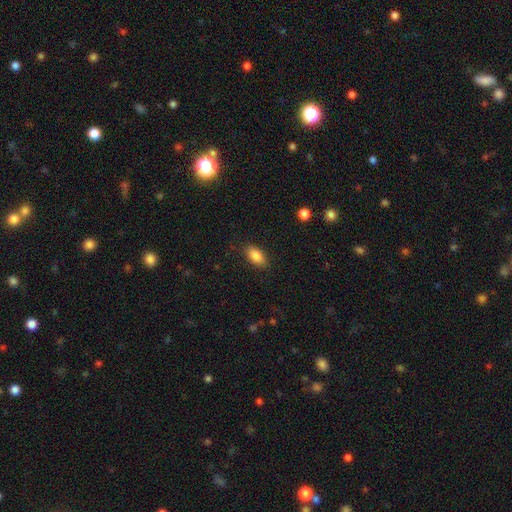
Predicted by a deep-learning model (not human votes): Smooth or featured? smooth (88%)
How rounded? in between (91%)
Merging? none (85%)